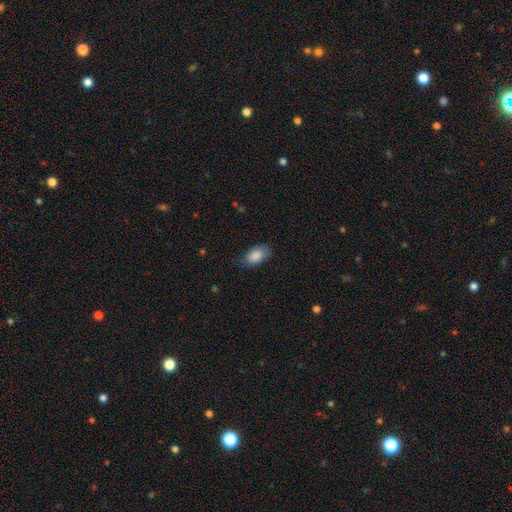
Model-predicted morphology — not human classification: The model was most divided on "merging": none: 73%, minor disturbance: 21%, major disturbance: 5%, merger: 1%. More confident: how rounded — in between (93%); smooth or featured — smooth (86%).